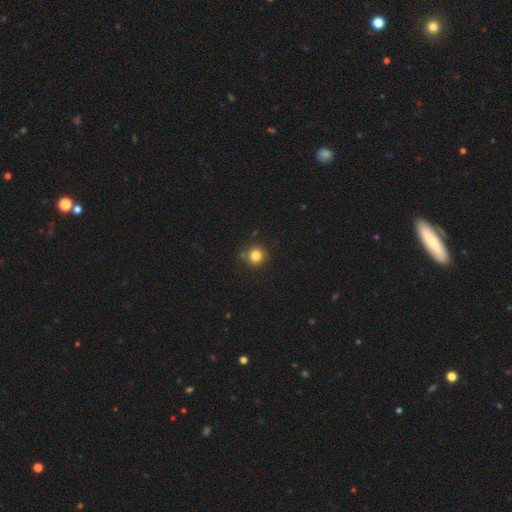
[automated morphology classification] Overall: smooth (81%). How rounded: round (94%). Merging: none (83%).